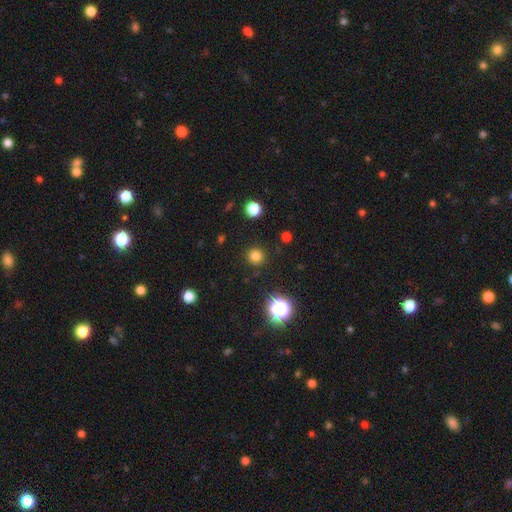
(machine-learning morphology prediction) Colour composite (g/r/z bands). It shows a smooth galaxy with no disk features (78%) that is round (95%). Merging: none (91%).